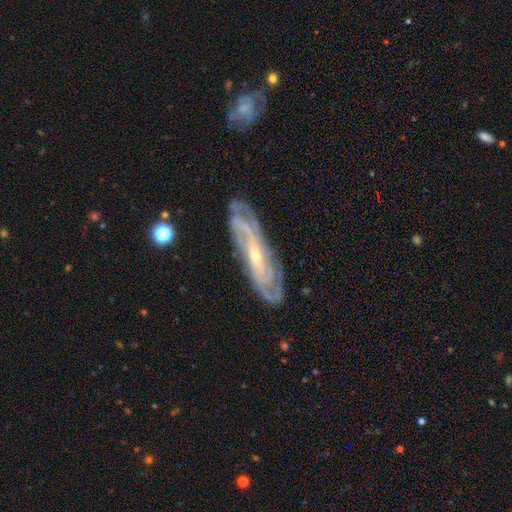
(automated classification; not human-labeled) A featured or disk galaxy (84%) with no bar (50%), tight (61%) spiral arms (95%) and a small central bulge (71%). Merging: none (80%).